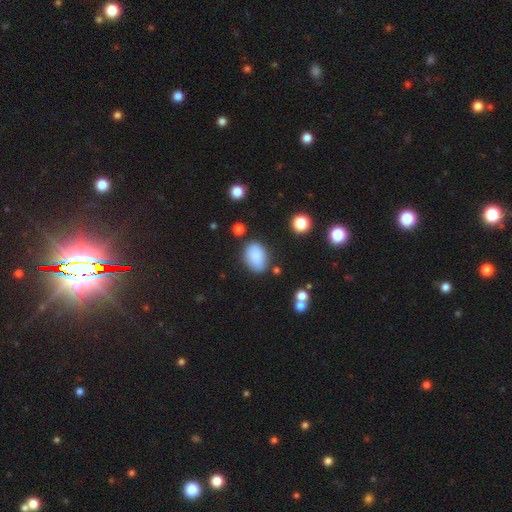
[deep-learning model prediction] The model was most divided on "merging": none: 75%, minor disturbance: 16%, major disturbance: 4%, merger: 4%. More confident: how rounded — in between (85%); smooth or featured — smooth (85%).